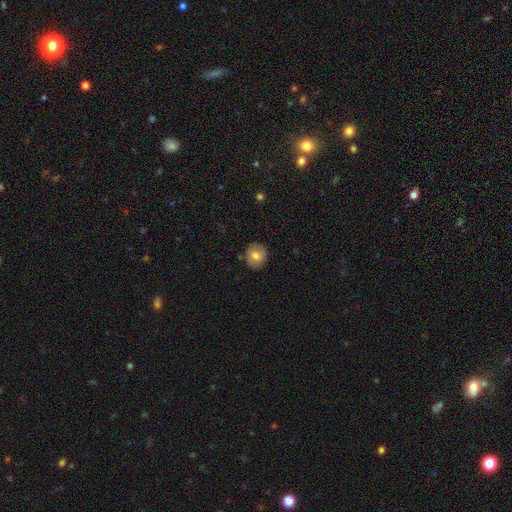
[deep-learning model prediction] Q: Smooth or featured?
A: smooth (75%); runner-up: featured or disk (17%)
Q: How rounded?
A: round (79%); runner-up: in between (20%)
Q: Merging?
A: none (86%); runner-up: minor disturbance (11%)